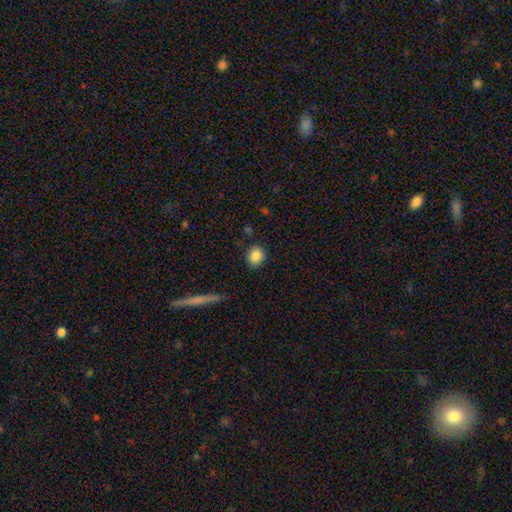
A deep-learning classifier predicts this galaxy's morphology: This appears to be a smooth galaxy with no disk features (86%) that is round (68%). Merging: none (85%).